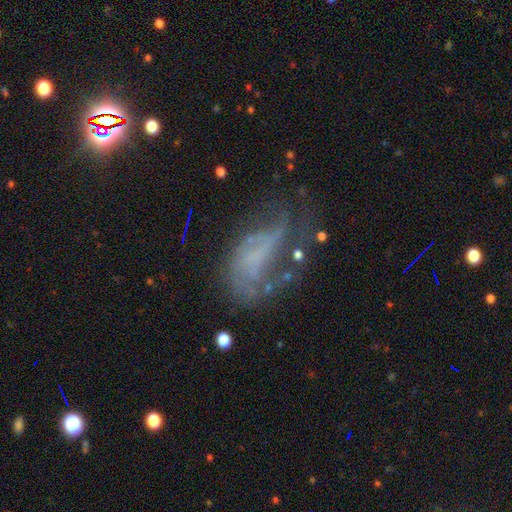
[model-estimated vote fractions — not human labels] Smooth or featured? Predicted: featured or disk (p=0.60). Edge-on disk? Predicted: no (p=0.95). Bar? Predicted: no (p=0.70). Spiral arms? Predicted: yes (p=0.60). Bulge size? Predicted: none (p=0.72). Merging? Predicted: major disturbance (p=0.37).